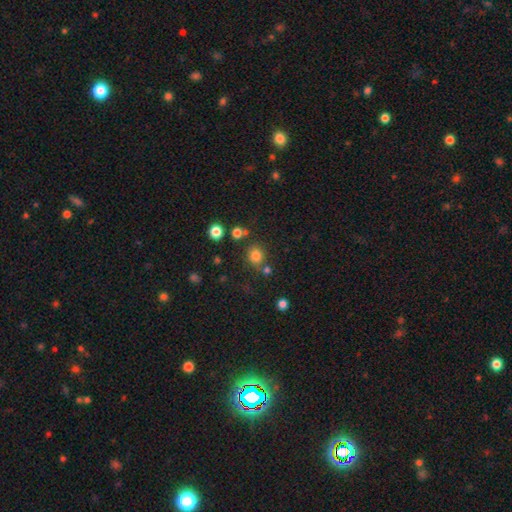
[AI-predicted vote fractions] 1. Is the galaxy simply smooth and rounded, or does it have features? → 80% smooth, 15% star or artifact, 6% featured or disk.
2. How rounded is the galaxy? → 80% round, 19% in between, 1% cigar-shaped.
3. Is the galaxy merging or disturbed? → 75% none, 11% merger, 10% minor disturbance, 4% major disturbance.